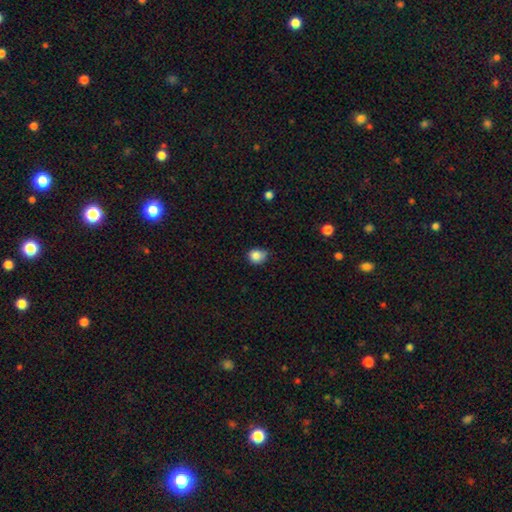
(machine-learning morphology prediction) This appears to be a smooth galaxy with no disk features (84%) that is round (66%). Merging: none (60%).